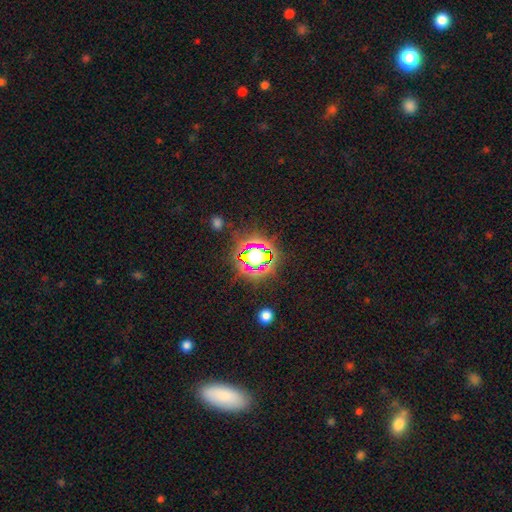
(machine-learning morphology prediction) type=star or artifact (61%).